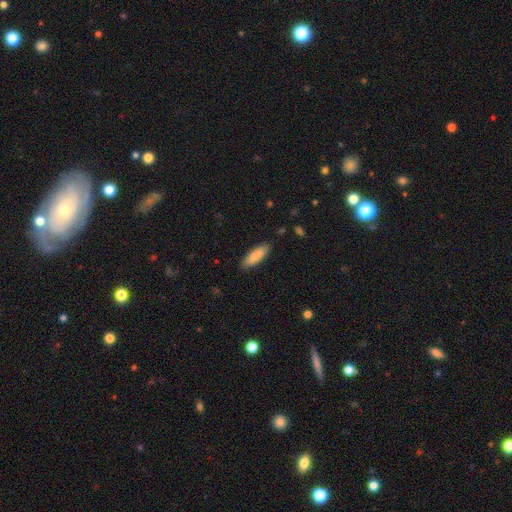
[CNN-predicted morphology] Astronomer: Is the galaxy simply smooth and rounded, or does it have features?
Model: smooth — 84%.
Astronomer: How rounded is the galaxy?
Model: in between — 51% (runner-up: cigar-shaped, 47%).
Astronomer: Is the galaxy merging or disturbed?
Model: none — 88%.